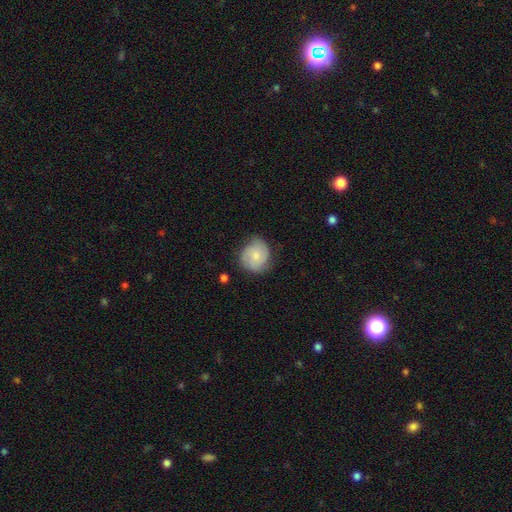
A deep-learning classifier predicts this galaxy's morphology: smooth-or-featured: smooth: 61% | featured or disk: 32% | star or artifact: 7%
  how-rounded: round: 84% | in between: 15% | cigar-shaped: 1%
  merging: none: 67% | minor disturbance: 25% | major disturbance: 6% | merger: 2%